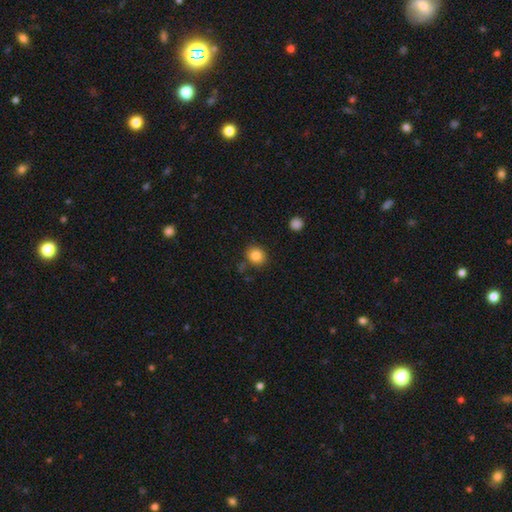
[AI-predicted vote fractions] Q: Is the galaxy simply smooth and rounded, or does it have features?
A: smooth — 83%.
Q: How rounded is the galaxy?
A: round — 81%.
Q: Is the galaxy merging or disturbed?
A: none — 84%.